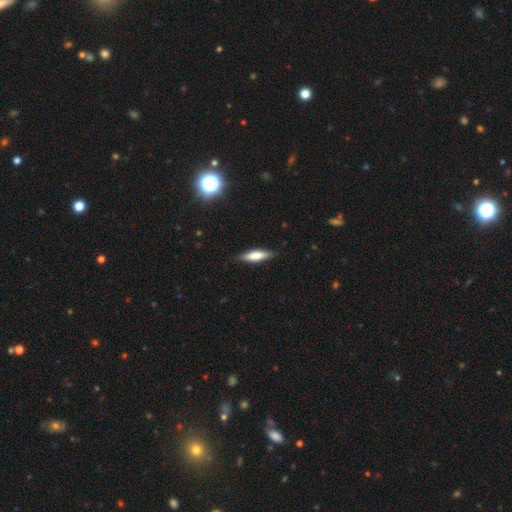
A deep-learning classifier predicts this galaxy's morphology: A smooth galaxy with no disk features (64%) that is cigar-shaped (63%).

Vote fractions:
- Smooth or featured? smooth: 64% / featured or disk: 29% / star or artifact: 7%
- How rounded? cigar-shaped: 63% / in between: 36% / round: 2%
- Merging? none: 85% / minor disturbance: 12% / major disturbance: 2% / merger: 1%